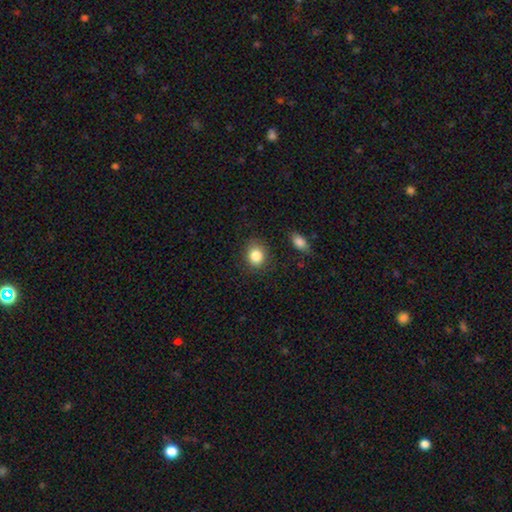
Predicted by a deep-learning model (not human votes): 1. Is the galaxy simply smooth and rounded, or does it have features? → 85% smooth, 9% star or artifact, 6% featured or disk.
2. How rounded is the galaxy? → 64% round, 35% in between, 1% cigar-shaped.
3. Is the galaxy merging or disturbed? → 83% none, 11% minor disturbance, 3% major disturbance, 3% merger.